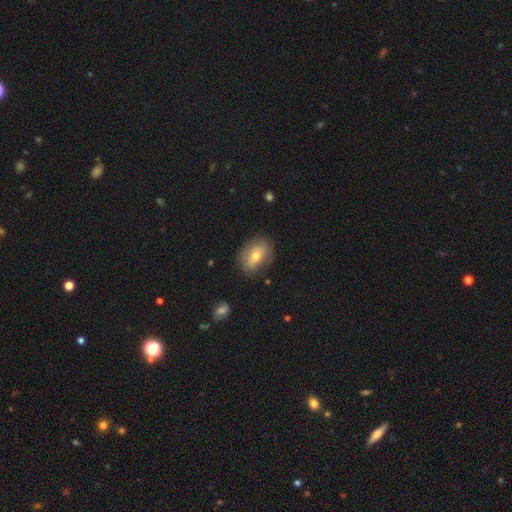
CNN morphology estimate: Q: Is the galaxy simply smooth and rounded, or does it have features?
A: smooth — 61%.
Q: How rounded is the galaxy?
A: in between — 76%.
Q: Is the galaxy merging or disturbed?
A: none — 78%.